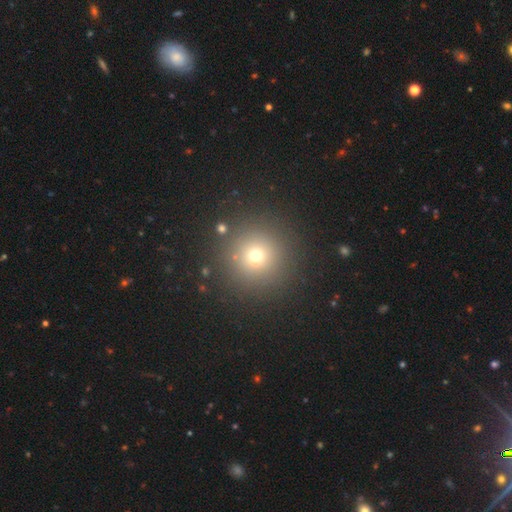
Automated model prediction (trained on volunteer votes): Smooth or featured?
  - smooth: 68% *
  - star or artifact: 22%
  - featured or disk: 10%
How rounded?
  - round: 96% *
  - in between: 3%
  - cigar-shaped: 1%
Merging?
  - none: 88% *
  - minor disturbance: 6%
  - major disturbance: 3%
  - merger: 3%